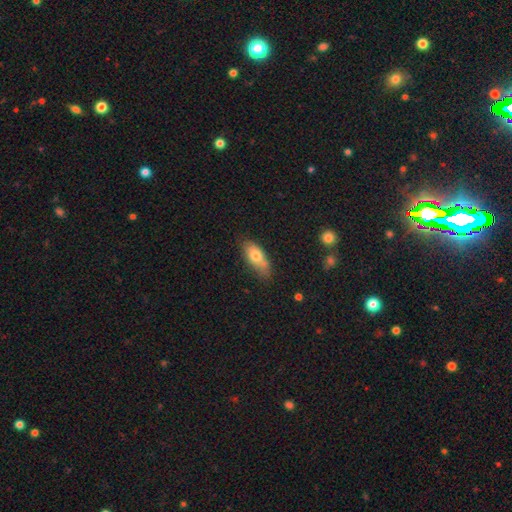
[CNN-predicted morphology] Overall: smooth (73%). How rounded: in between (79%). Merging: none (59%; minor disturbance 29%).